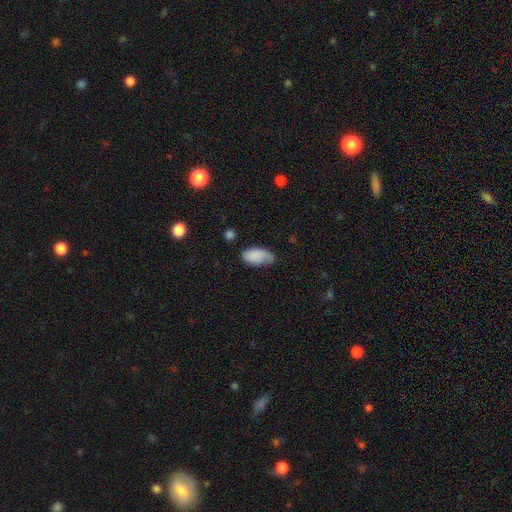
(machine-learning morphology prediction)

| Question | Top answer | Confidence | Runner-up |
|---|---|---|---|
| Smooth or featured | smooth | 84% | featured or disk (10%) |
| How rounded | in between | 95% | round (3%) |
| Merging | none | 56% | minor disturbance (32%) |